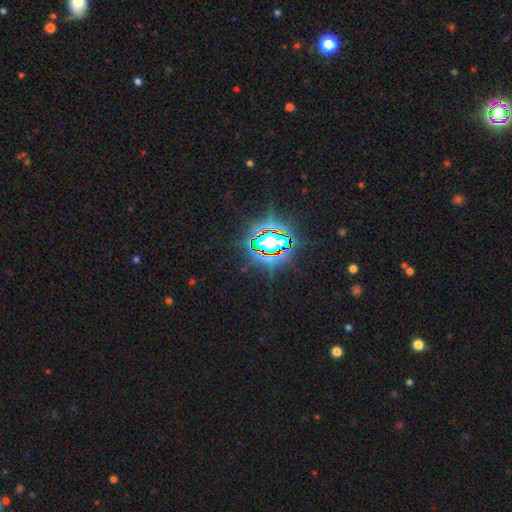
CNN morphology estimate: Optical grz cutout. It shows a star or artifact, not a galaxy (82%).